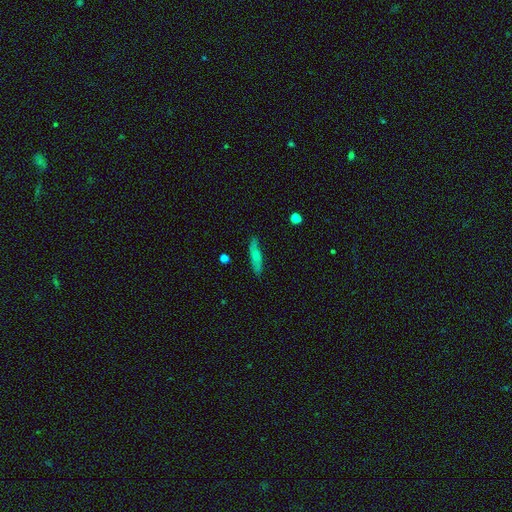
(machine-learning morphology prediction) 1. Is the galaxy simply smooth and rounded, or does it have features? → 64% smooth, 30% featured or disk, 6% star or artifact.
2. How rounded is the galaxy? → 77% cigar-shaped, 21% in between, 2% round.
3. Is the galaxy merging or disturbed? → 81% none, 14% minor disturbance, 3% major disturbance, 2% merger.